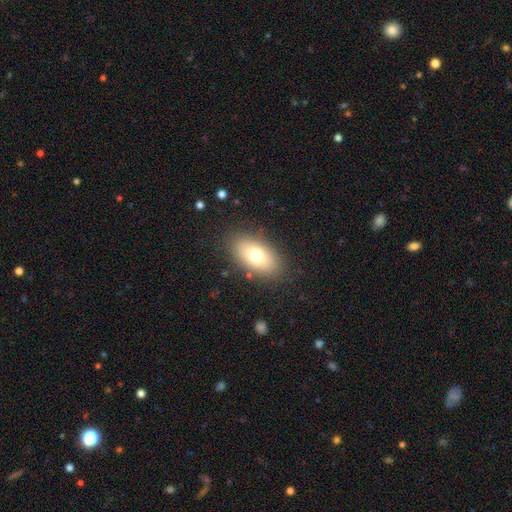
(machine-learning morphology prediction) type=smooth (72%); roundness=in between (89%); merging=none (84%).